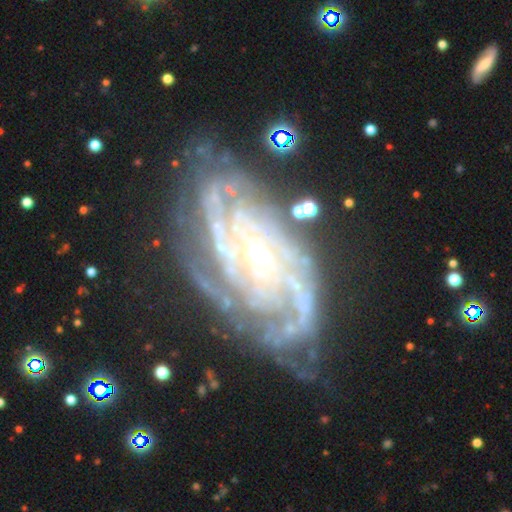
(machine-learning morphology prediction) Overall: featured or disk (89%). Edge-on disk: no (95%). Bar: no (60%; weak 28%). Spiral arms: yes (97%). Spiral arm count: can't tell (26%; 4 21%). Spiral winding: tight (68%). Bulge size: small (68%). Merging: none (69%).